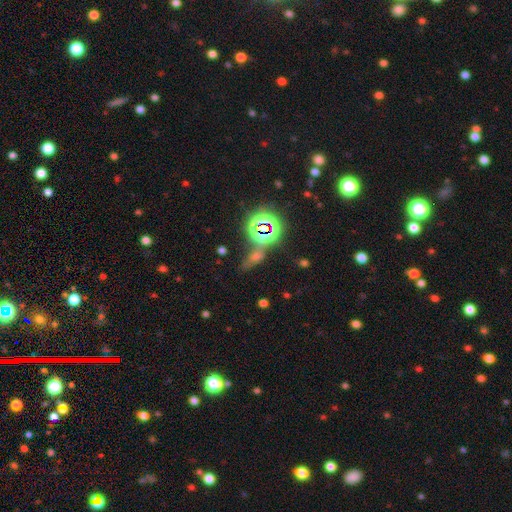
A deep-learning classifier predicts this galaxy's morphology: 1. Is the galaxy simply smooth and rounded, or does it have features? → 61% star or artifact, 26% smooth, 12% featured or disk.